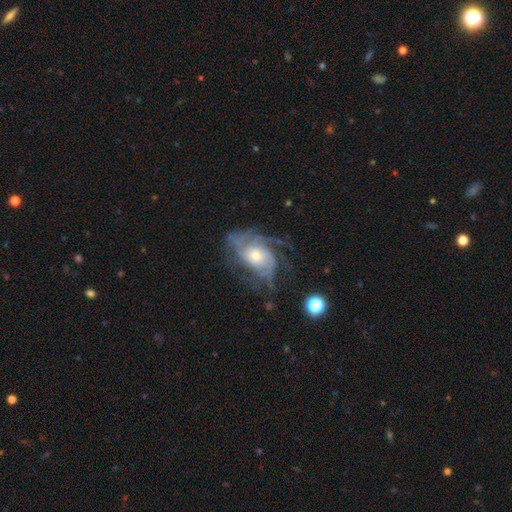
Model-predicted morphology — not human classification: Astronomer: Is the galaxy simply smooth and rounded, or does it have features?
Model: featured or disk — 82%.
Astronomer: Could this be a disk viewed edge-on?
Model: no — 96%.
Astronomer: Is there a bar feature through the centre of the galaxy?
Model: no — 74%.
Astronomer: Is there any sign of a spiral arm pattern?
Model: yes — 91%.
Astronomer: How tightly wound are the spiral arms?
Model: medium — 41% (runner-up: tight, 40%).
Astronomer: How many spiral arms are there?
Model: can't tell — 33% (runner-up: 2, 24%).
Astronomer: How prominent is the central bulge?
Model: moderate — 54% (runner-up: small, 32%).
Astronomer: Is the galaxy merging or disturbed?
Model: none — 54%.